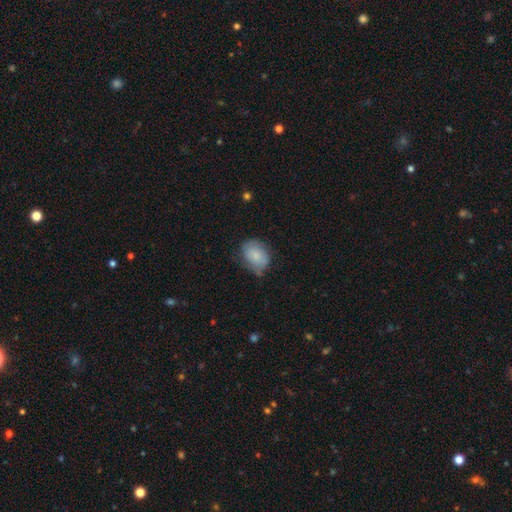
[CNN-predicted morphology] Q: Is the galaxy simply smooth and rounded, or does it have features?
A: smooth — 77%.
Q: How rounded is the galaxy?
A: in between — 70%.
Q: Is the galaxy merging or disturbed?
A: none — 59%.